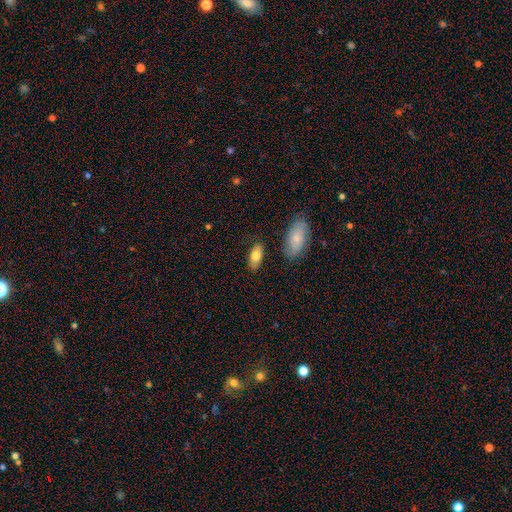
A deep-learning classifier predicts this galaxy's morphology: smooth 76%, featured or disk 17%, star or artifact 7%. Down the decision tree: how rounded — in between (89%); merging — none (81%).